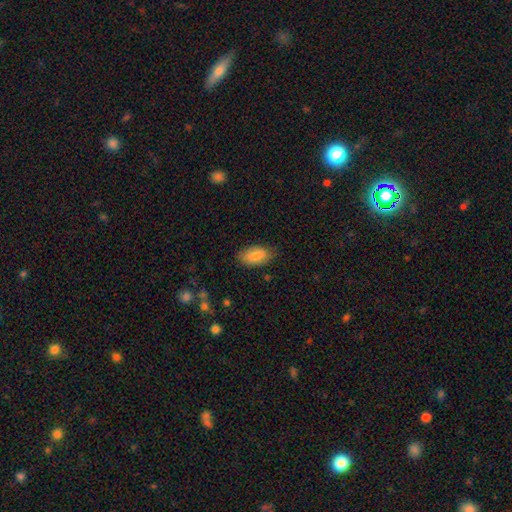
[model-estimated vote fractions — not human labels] smooth_or_featured: smooth (p=0.83) [alt: featured or disk p=0.11]
how_rounded: in between (p=0.93) [alt: cigar-shaped p=0.04]
merging: none (p=0.78) [alt: minor disturbance p=0.17]